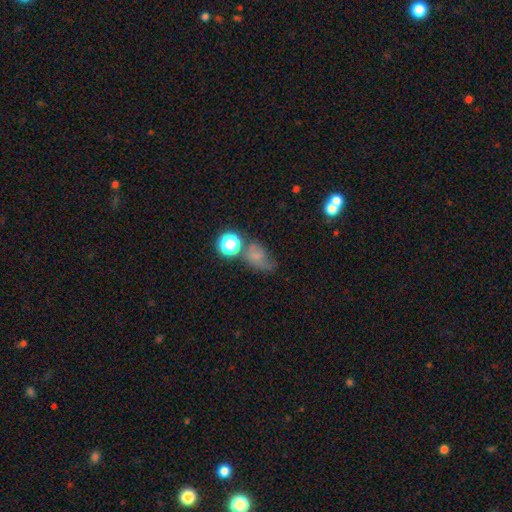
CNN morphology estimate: This is possibly a smooth galaxy (56%). How rounded: likely in between (61%). Merging: marginally none (38%).